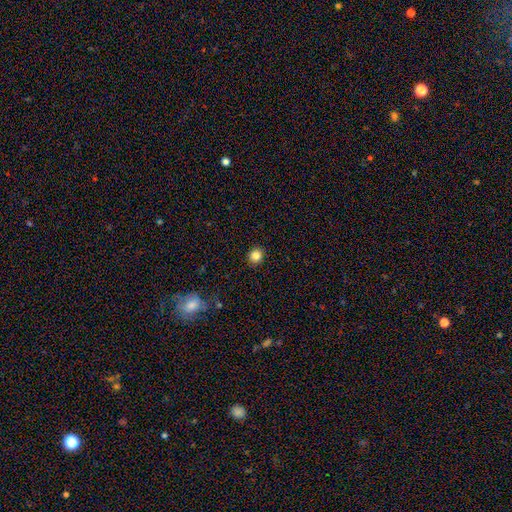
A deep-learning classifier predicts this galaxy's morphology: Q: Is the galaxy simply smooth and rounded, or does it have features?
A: smooth — 84%.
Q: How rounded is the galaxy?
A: round — 89%.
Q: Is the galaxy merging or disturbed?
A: none — 92%.